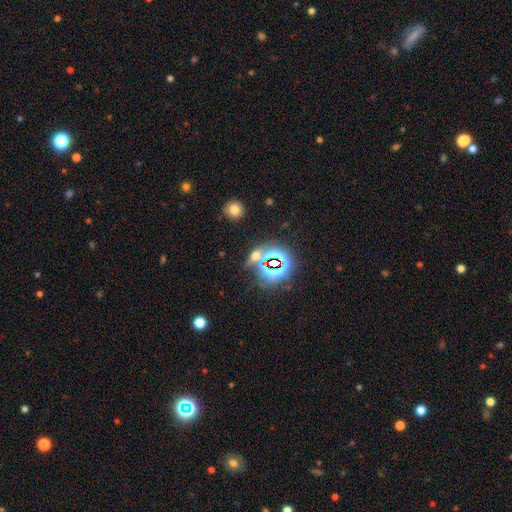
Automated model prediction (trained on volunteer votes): A star or artifact, not a galaxy (55%).

Vote fractions:
- Smooth or featured? star or artifact: 55% / smooth: 32% / featured or disk: 13%